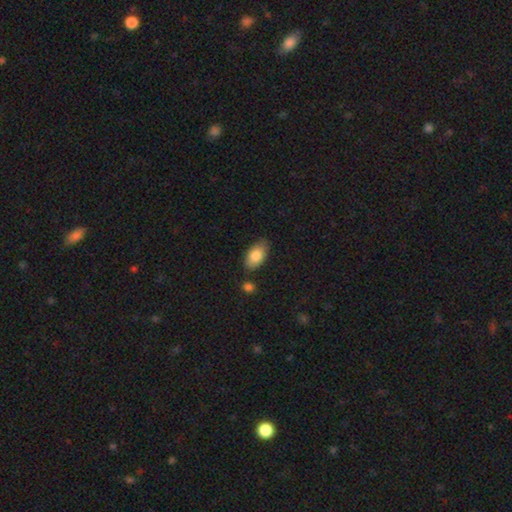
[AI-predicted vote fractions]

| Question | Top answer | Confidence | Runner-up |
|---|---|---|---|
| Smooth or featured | smooth | 84% | featured or disk (10%) |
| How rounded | in between | 94% | round (4%) |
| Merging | none | 76% | minor disturbance (15%) |